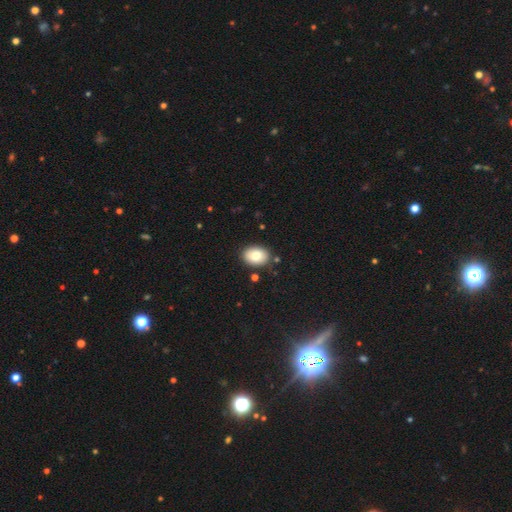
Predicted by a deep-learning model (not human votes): Smooth or featured: smooth — 77% (featured or disk — 15%)
How rounded: in between — 70% (round — 29%)
Merging: none — 87% (minor disturbance — 9%)